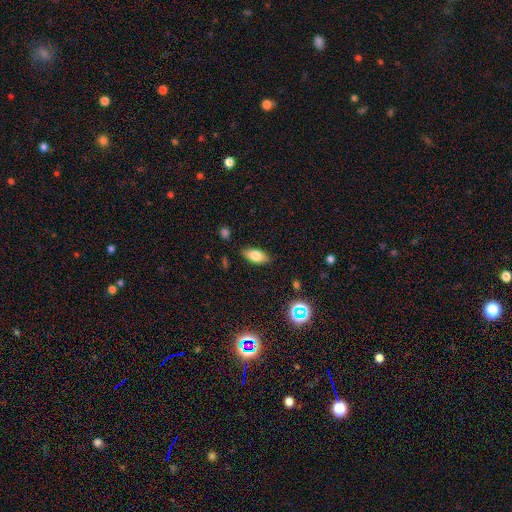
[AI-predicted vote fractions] Smooth or featured? smooth (75%)
How rounded? in between (87%)
Merging? none (84%)